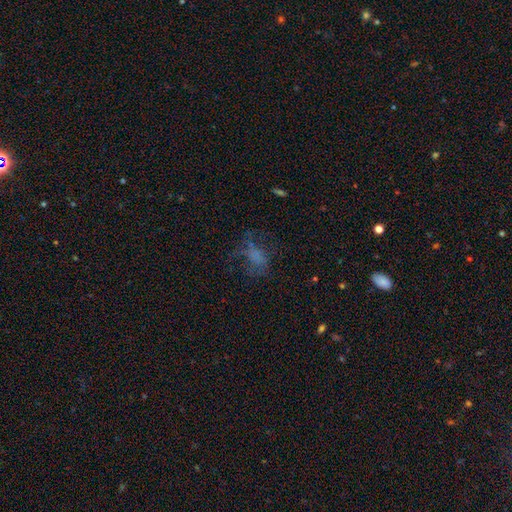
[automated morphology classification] Smooth or featured? smooth (44%)
Merging? none (43%)